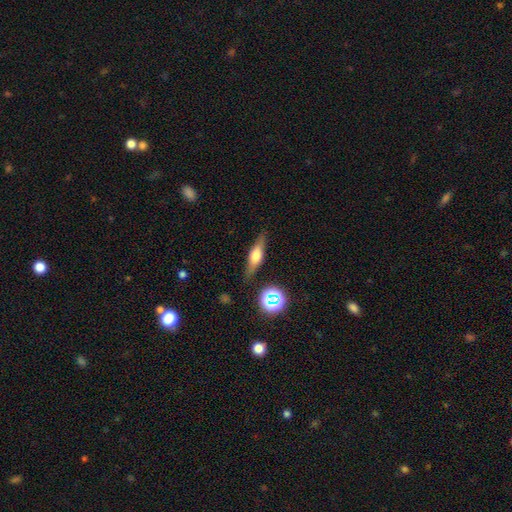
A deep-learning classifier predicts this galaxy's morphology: type=featured or disk (50%); merging=none (85%).